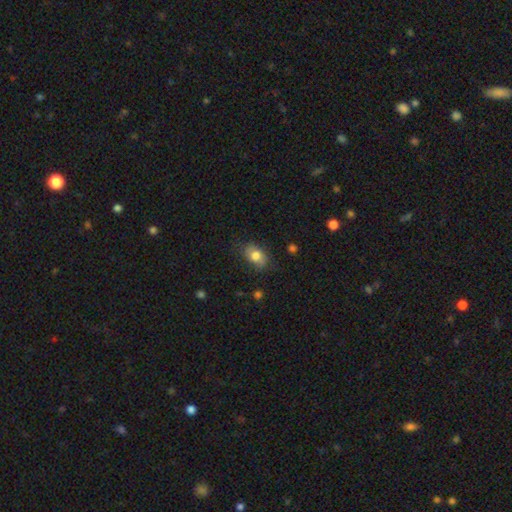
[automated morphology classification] Smooth or featured? smooth (80%)
How rounded? in between (84%)
Merging? none (75%)